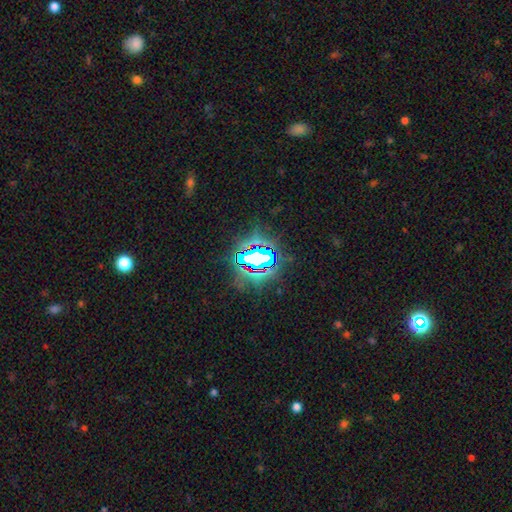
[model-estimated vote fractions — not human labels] This is likely a star or artifact rather than a galaxy (73%).